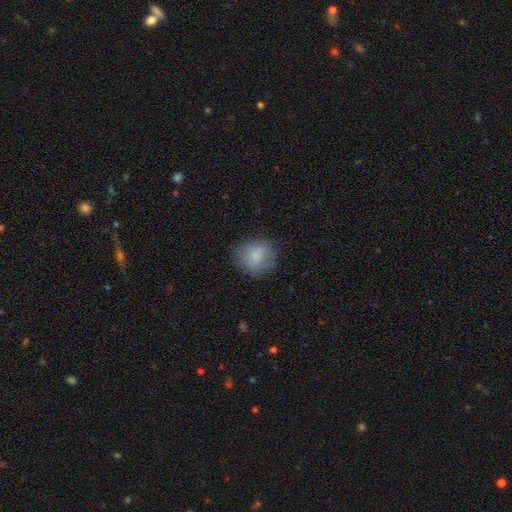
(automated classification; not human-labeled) Morphology: type=smooth (82%); roundness=round (81%); merging=none (78%).